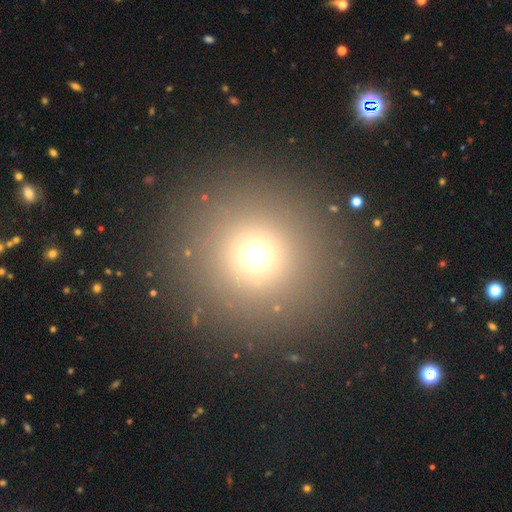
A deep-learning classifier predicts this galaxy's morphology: Q: Smooth or featured?
A: smooth (68%); runner-up: star or artifact (24%)
Q: How rounded?
A: round (95%); runner-up: in between (4%)
Q: Merging?
A: none (90%); runner-up: minor disturbance (5%)